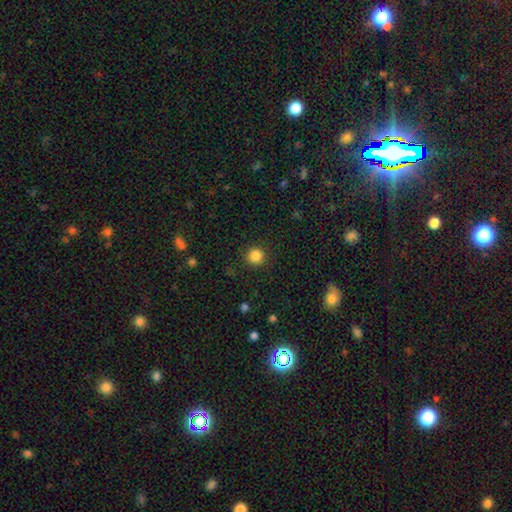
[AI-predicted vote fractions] The model was most divided on "smooth or featured": smooth: 85%, star or artifact: 11%, featured or disk: 4%. More confident: how rounded — round (95%); merging — none (91%).